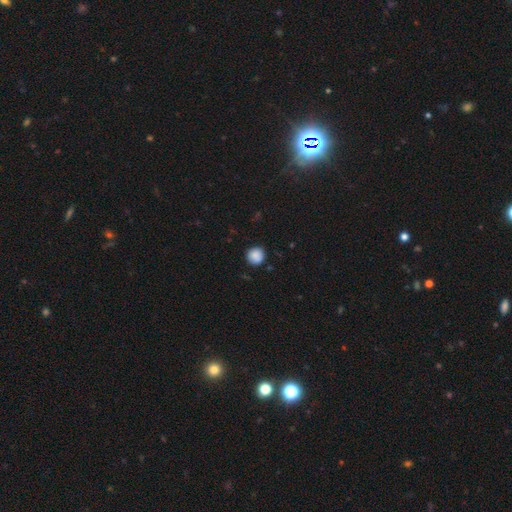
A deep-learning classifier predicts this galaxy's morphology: The model was most divided on "merging": none: 87%, minor disturbance: 9%, major disturbance: 2%, merger: 1%. More confident: how rounded — round (93%); smooth or featured — smooth (87%).